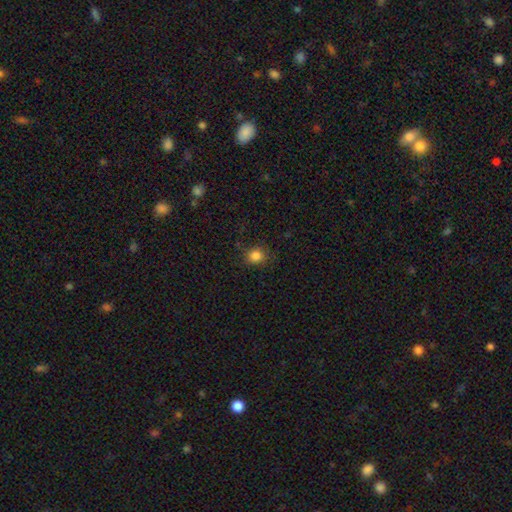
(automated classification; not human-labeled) This appears to be a smooth galaxy with no disk features (84%) that is round (80%). Merging: none (83%).